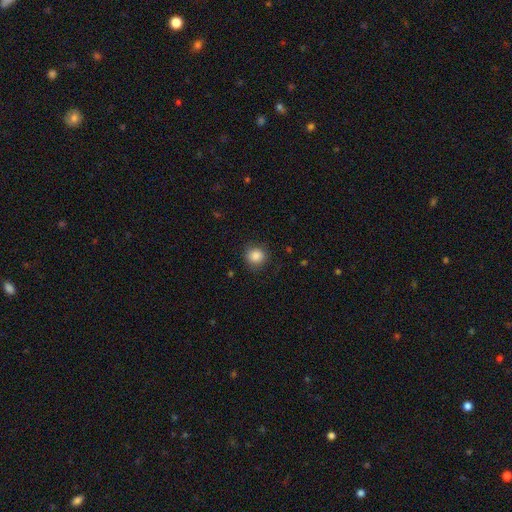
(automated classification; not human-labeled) Smooth or featured? smooth (86%)
How rounded? round (90%)
Merging? none (85%)